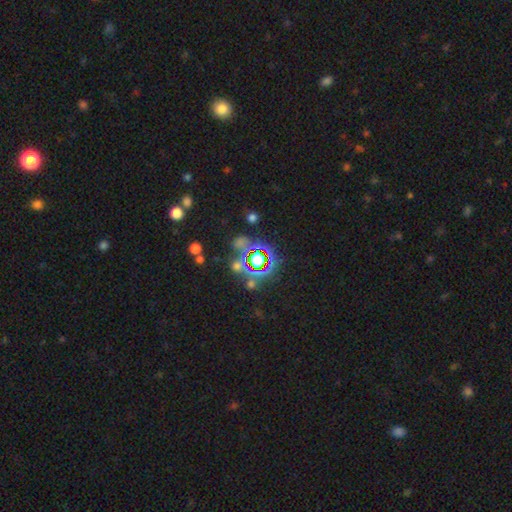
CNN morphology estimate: star or artifact 75%, smooth 15%, featured or disk 11%.